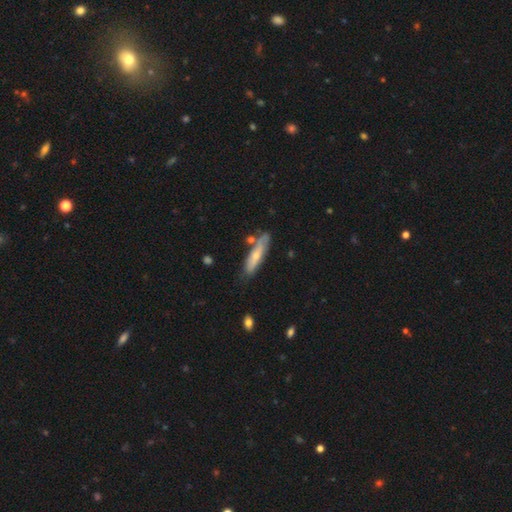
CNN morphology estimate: The model was most divided on "smooth or featured": smooth: 54%, featured or disk: 39%, star or artifact: 6%. More confident: how rounded — cigar-shaped (74%); merging — none (68%).